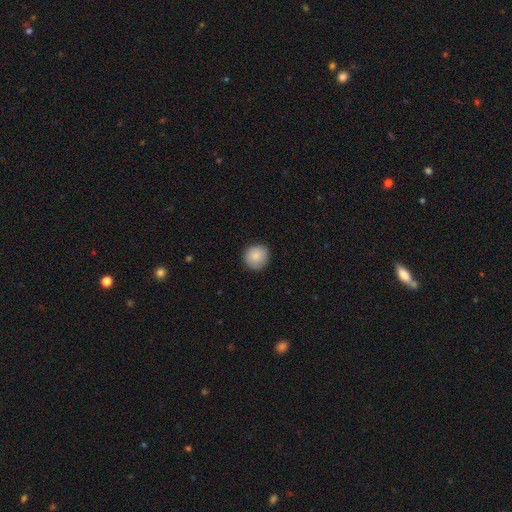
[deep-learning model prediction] A smooth galaxy with no disk features (87%) that is round (92%).

Vote fractions:
- Smooth or featured? smooth: 87% / star or artifact: 7% / featured or disk: 6%
- How rounded? round: 92% / in between: 7% / cigar-shaped: 1%
- Merging? none: 88% / minor disturbance: 9% / major disturbance: 2% / merger: 1%